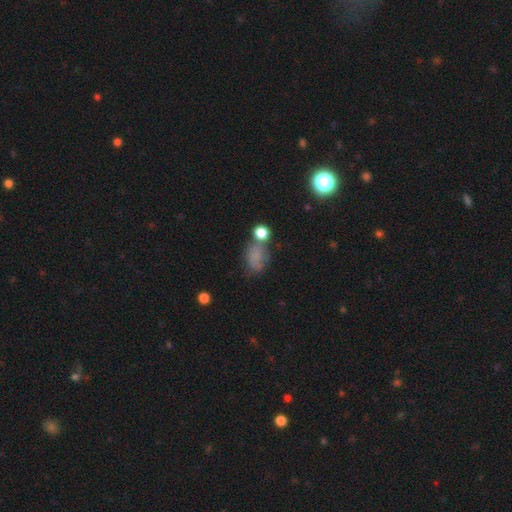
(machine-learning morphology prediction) Q: Smooth or featured?
A: smooth (68%); runner-up: star or artifact (17%)
Q: How rounded?
A: in between (65%); runner-up: round (33%)
Q: Merging?
A: none (44%); runner-up: minor disturbance (24%)